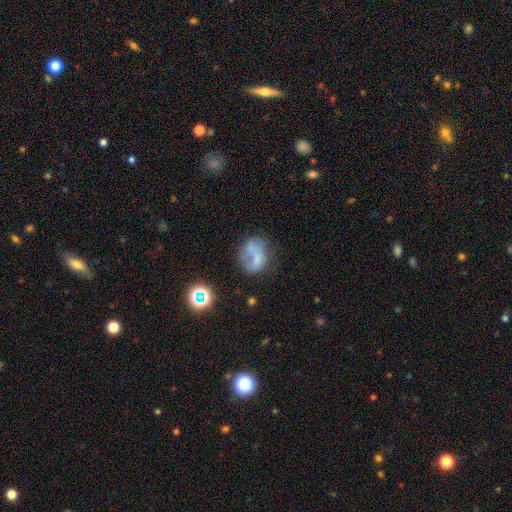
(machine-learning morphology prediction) Q: Smooth or featured?
A: smooth (50%); runner-up: featured or disk (34%)
Q: How rounded?
A: round (56%); runner-up: in between (42%)
Q: Merging?
A: none (39%); runner-up: major disturbance (24%)